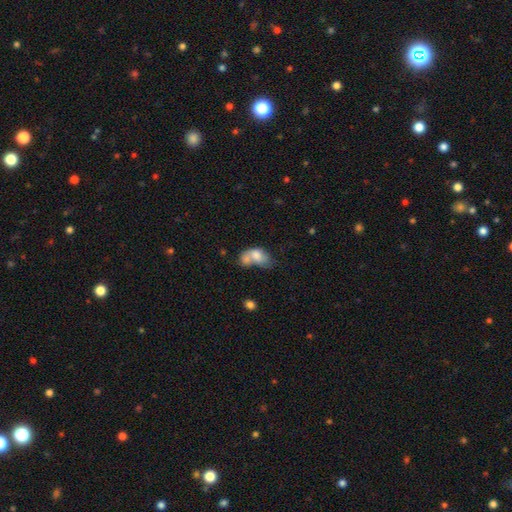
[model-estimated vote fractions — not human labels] This is likely a smooth galaxy (71%). How rounded: clearly in between (82%). Merging: likely merger (63%).